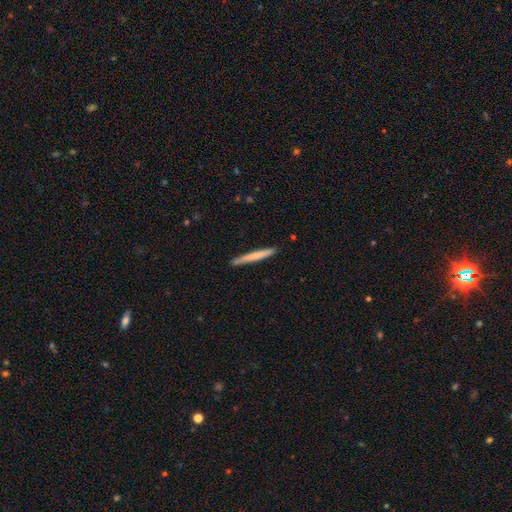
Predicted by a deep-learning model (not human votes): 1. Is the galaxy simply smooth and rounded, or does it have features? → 66% smooth, 29% featured or disk, 5% star or artifact.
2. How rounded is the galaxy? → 97% cigar-shaped, 2% in between, 1% round.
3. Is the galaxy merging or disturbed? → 89% none, 8% minor disturbance, 1% major disturbance, 1% merger.